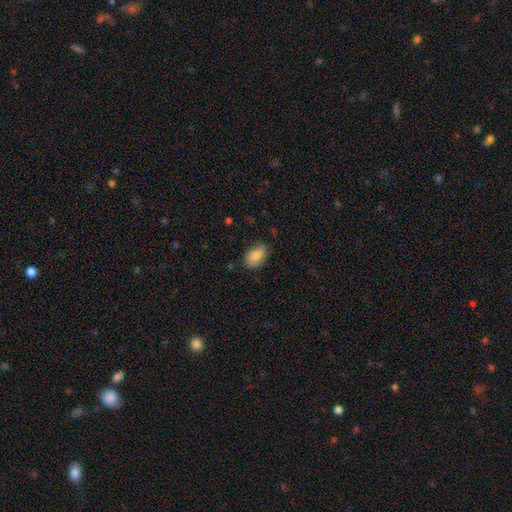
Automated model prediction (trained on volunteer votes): Smooth or featured?
  - smooth: 85% *
  - featured or disk: 8%
  - star or artifact: 7%
How rounded?
  - in between: 90% *
  - round: 9%
  - cigar-shaped: 2%
Merging?
  - none: 76% *
  - minor disturbance: 19%
  - major disturbance: 4%
  - merger: 1%